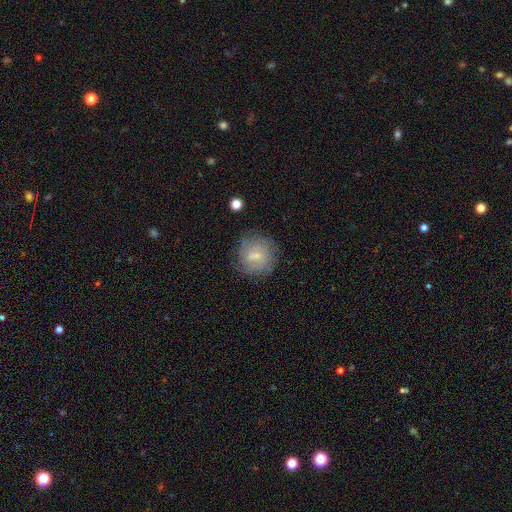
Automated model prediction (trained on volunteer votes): Smooth or featured? Predicted: smooth (p=0.54). How rounded? Predicted: round (p=0.91). Merging? Predicted: none (p=0.75).